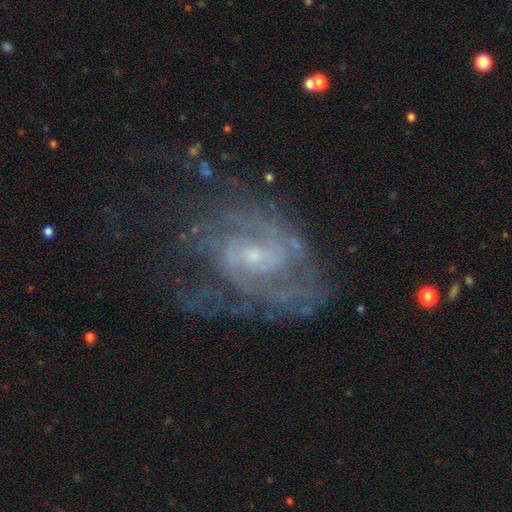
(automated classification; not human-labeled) Overall: featured or disk (85%). Edge-on disk: no (97%). Bar: no (58%; weak 35%). Spiral arms: yes (93%). Spiral arm count: can't tell (35%; 2 32%). Spiral winding: tight (51%; medium 38%). Bulge size: small (74%). Merging: none (61%).